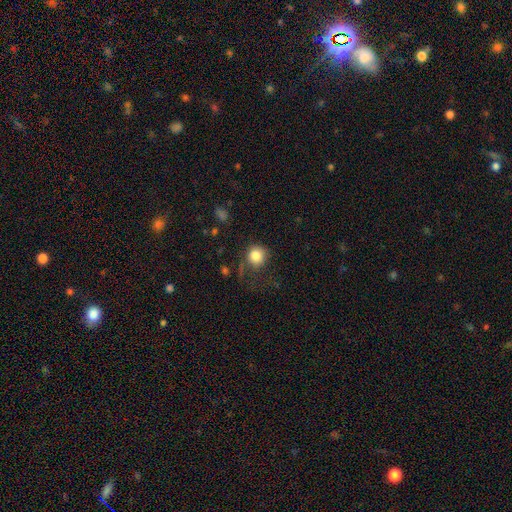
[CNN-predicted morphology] Smooth or featured? Predicted: smooth (p=0.83). How rounded? Predicted: round (p=0.88). Merging? Predicted: none (p=0.60).